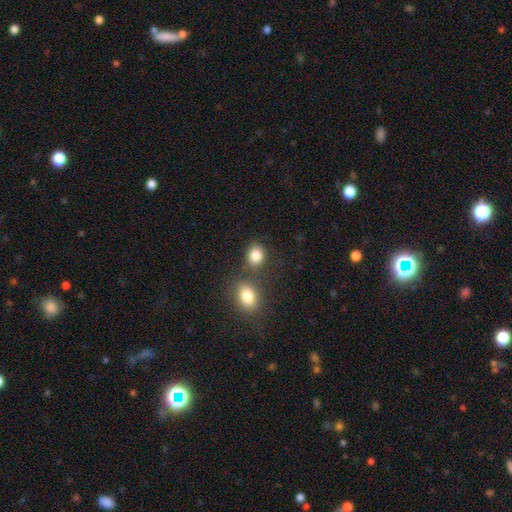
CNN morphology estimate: Smooth or featured? smooth (84%)
How rounded? round (55%)
Merging? none (62%)